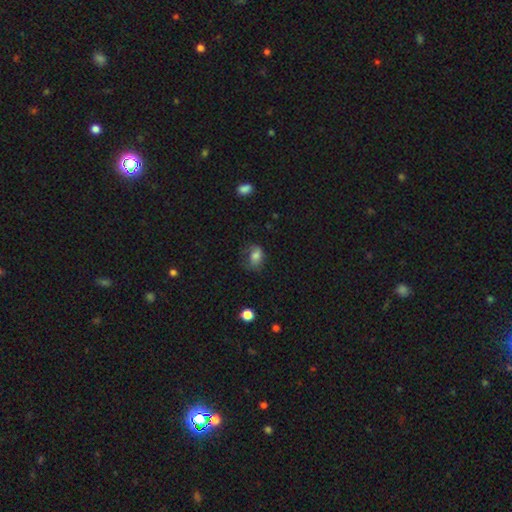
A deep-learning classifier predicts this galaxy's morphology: Smooth or featured? Predicted: smooth (p=0.68). How rounded? Predicted: in between (p=0.69). Merging? Predicted: none (p=0.42).